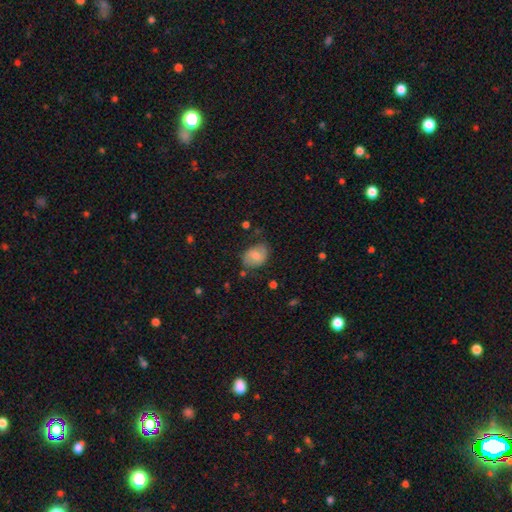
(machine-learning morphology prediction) Smooth or featured?
  - smooth: 59% *
  - featured or disk: 33%
  - star or artifact: 8%
How rounded?
  - in between: 67% *
  - round: 32%
  - cigar-shaped: 1%
Merging?
  - none: 66% *
  - minor disturbance: 25%
  - major disturbance: 7%
  - merger: 2%